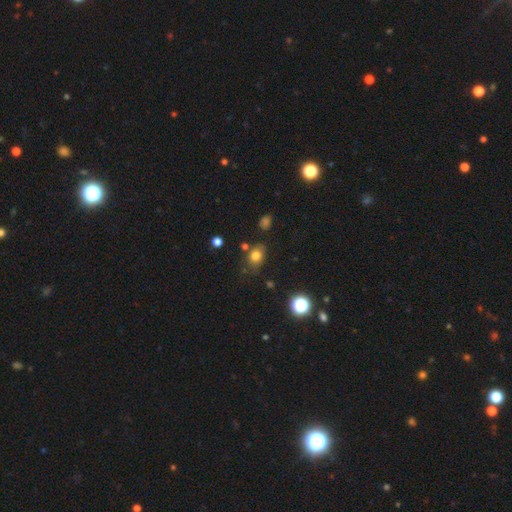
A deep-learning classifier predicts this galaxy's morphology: This appears to be a smooth galaxy with no disk features (78%) that is in between round and cigar-shaped (55%). Merging: none (69%).